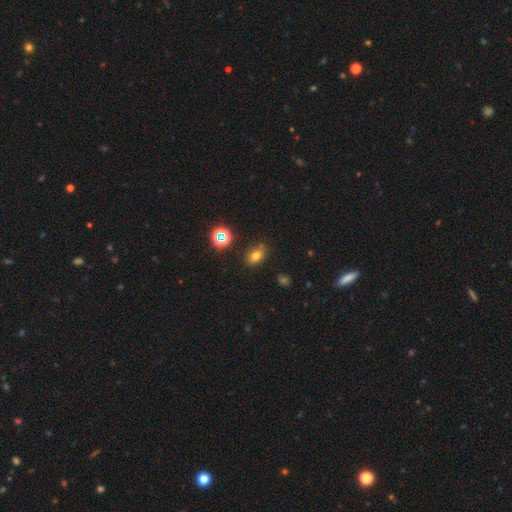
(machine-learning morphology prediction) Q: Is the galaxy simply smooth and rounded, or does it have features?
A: smooth — 69%.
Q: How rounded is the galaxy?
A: in between — 79%.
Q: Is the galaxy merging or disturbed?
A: none — 80%.